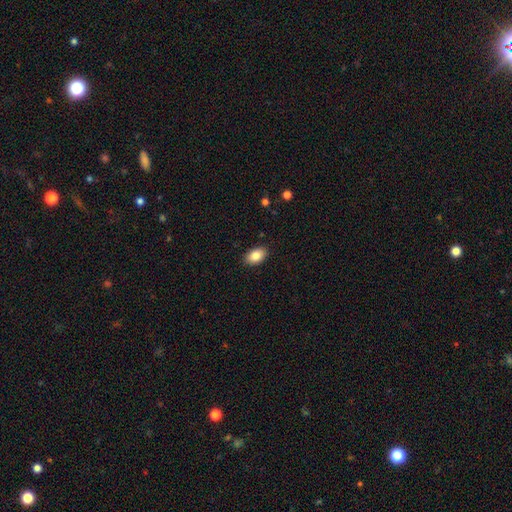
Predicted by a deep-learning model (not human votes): smooth_or_featured: smooth (p=0.84) [alt: featured or disk p=0.08]
how_rounded: in between (p=0.91) [alt: round p=0.08]
merging: none (p=0.89) [alt: minor disturbance p=0.08]